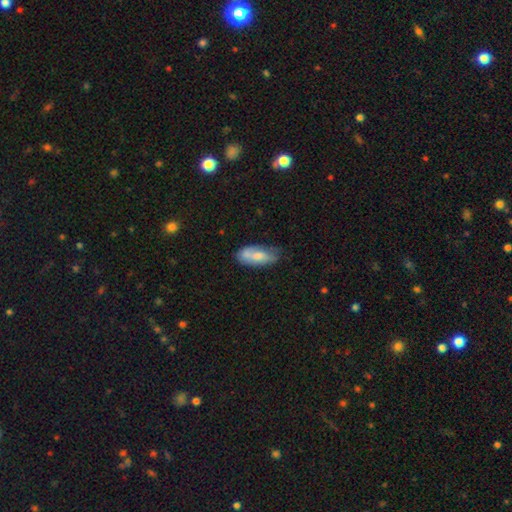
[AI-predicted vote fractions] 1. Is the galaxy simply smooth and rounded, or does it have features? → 59% smooth, 34% featured or disk, 7% star or artifact.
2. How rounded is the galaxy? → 86% in between, 11% cigar-shaped, 3% round.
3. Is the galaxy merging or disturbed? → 57% none, 29% minor disturbance, 8% major disturbance, 6% merger.